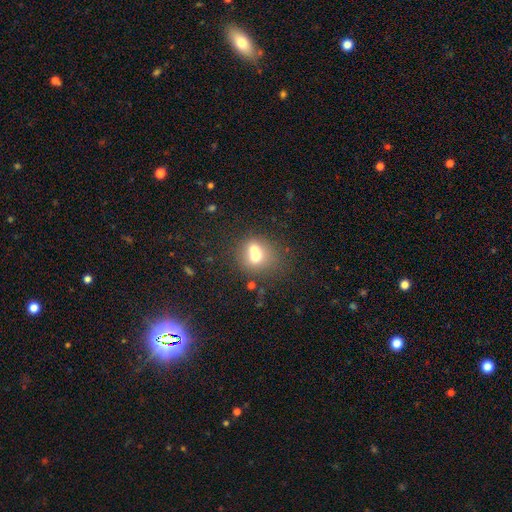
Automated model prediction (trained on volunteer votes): Smooth or featured? Predicted: smooth (p=0.65). How rounded? Predicted: round (p=0.73). Merging? Predicted: merger (p=0.53).